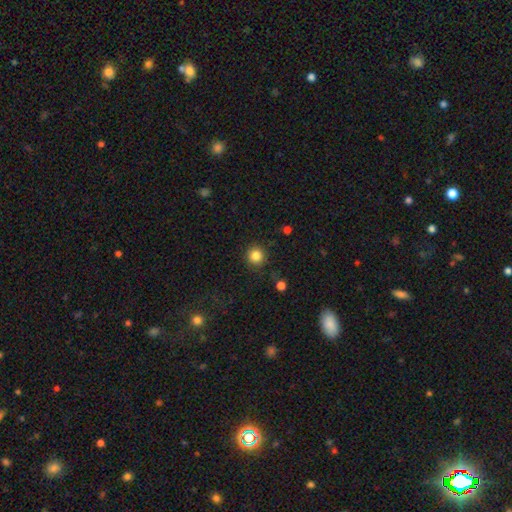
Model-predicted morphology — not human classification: This is clearly a smooth galaxy (84%). How rounded: clearly round (93%). Merging: clearly none (88%).